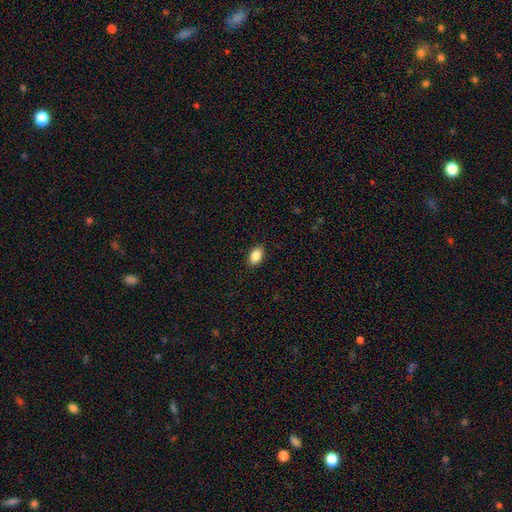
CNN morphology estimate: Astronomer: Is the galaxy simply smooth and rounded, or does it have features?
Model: smooth — 86%.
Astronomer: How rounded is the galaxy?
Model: in between — 89%.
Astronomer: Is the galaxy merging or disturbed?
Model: none — 88%.